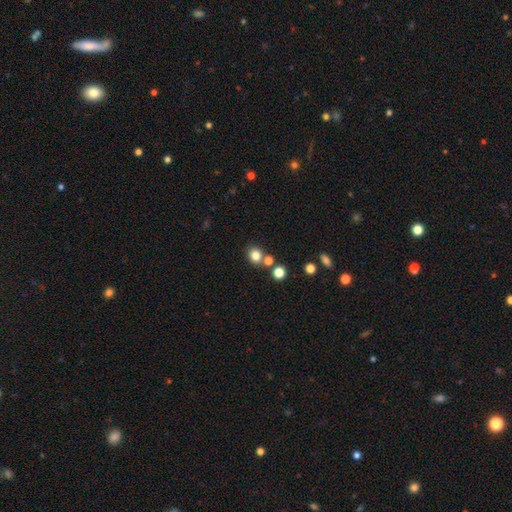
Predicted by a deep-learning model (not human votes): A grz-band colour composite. It shows a smooth galaxy with no disk features (80%) that is round (76%). Merging: none (70%).